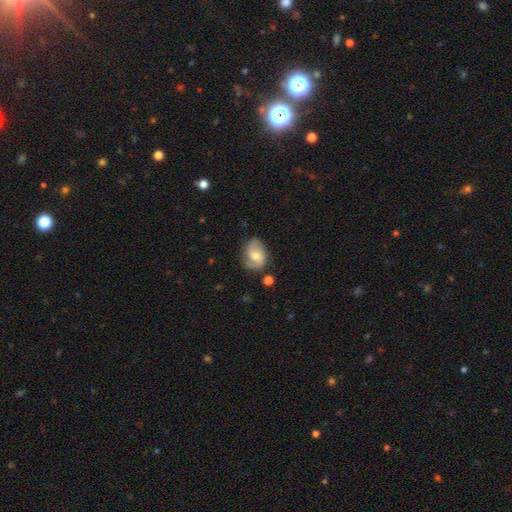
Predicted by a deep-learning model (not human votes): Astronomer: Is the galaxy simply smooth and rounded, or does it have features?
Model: featured or disk — 54% (runner-up: smooth, 38%).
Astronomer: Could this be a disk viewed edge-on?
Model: no — 97%.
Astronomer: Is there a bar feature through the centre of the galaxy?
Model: no — 61%.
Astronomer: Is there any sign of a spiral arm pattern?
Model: yes — 86%.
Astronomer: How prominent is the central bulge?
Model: moderate — 60%.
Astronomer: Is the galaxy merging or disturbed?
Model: none — 64%.